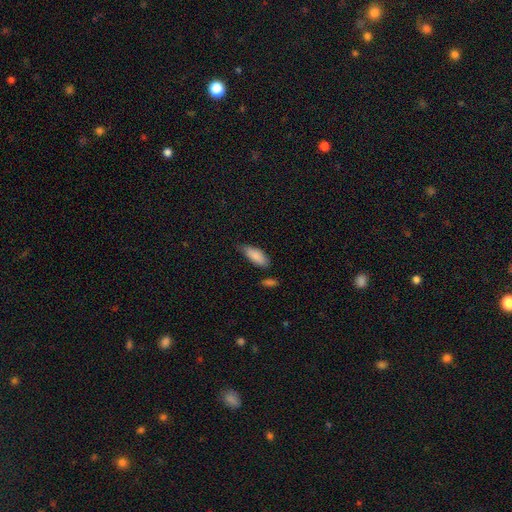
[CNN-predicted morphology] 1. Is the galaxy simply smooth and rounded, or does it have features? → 87% smooth, 7% featured or disk, 6% star or artifact.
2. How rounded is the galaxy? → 76% in between, 22% cigar-shaped, 2% round.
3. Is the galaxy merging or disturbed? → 63% none, 27% minor disturbance, 6% merger, 5% major disturbance.